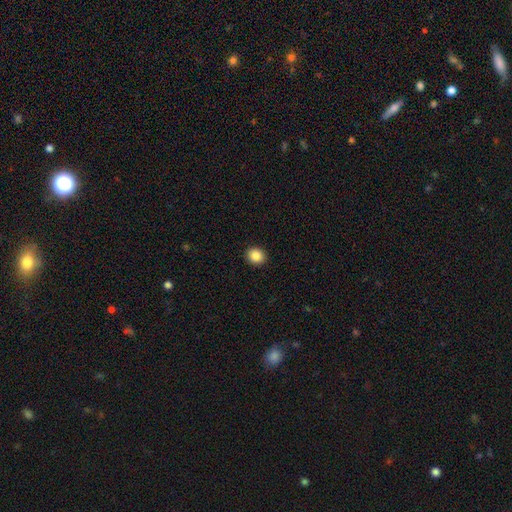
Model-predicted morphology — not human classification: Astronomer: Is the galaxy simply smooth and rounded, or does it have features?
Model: smooth — 86%.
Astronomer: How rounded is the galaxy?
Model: round — 80%.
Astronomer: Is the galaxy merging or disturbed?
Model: none — 92%.